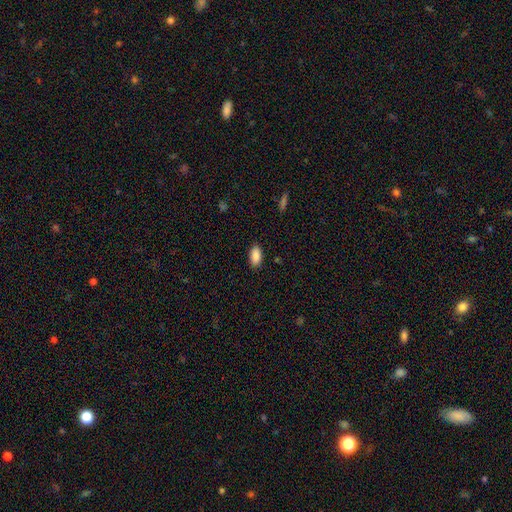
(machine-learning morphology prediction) smooth-or-featured: smooth: 89% | star or artifact: 7% | featured or disk: 4%
  how-rounded: in between: 93% | cigar-shaped: 4% | round: 3%
  merging: none: 88% | minor disturbance: 9% | major disturbance: 2% | merger: 1%